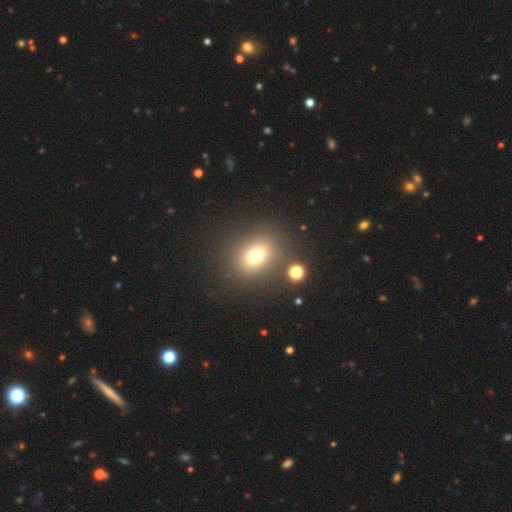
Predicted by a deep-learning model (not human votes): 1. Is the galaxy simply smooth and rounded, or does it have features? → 72% smooth, 17% star or artifact, 11% featured or disk.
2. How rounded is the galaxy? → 58% round, 41% in between, 1% cigar-shaped.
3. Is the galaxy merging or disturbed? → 82% none, 9% minor disturbance, 5% major disturbance, 4% merger.